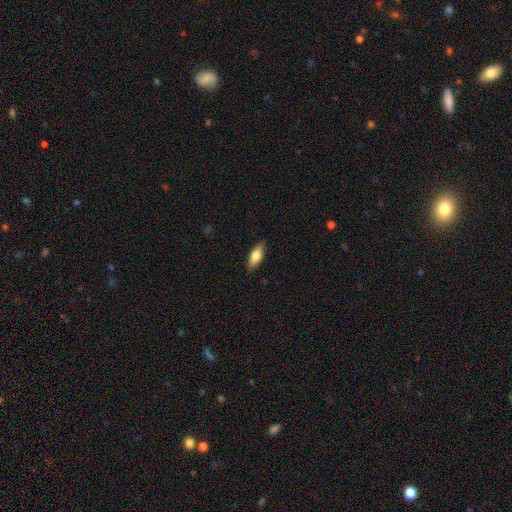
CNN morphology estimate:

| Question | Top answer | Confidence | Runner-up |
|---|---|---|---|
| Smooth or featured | smooth | 70% | featured or disk (24%) |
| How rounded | in between | 70% | cigar-shaped (27%) |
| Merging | none | 88% | minor disturbance (9%) |